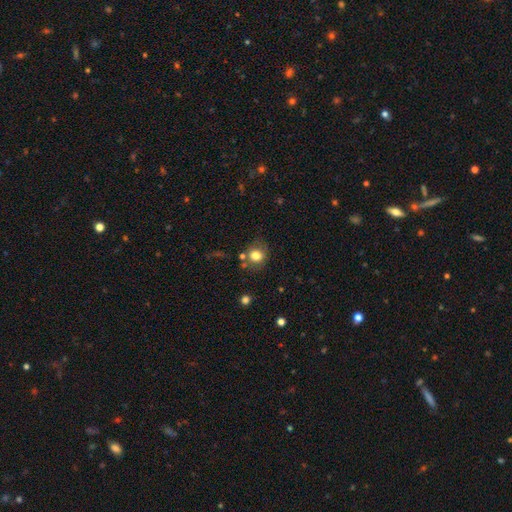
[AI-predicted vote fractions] Smooth or featured: smooth — 79% (star or artifact — 11%)
How rounded: round — 79% (in between — 20%)
Merging: none — 69% (minor disturbance — 16%)